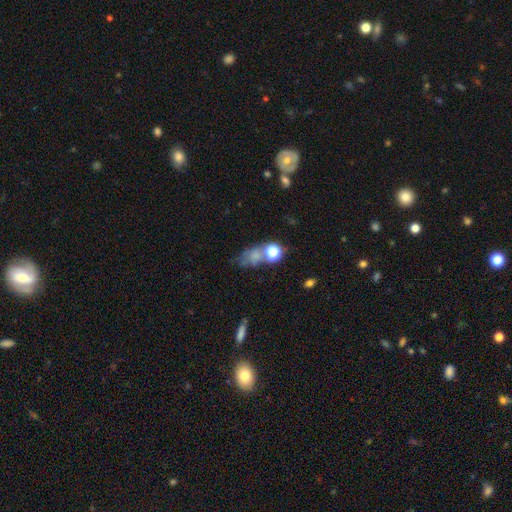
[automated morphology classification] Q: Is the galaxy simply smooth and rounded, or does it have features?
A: smooth — 58%.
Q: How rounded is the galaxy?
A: in between — 55%.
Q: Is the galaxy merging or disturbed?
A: none — 39%.